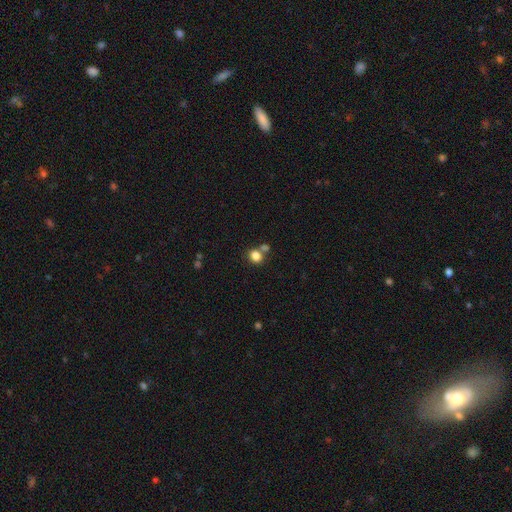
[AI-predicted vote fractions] A smooth galaxy with no disk features (83%) that is round (60%). Merging: none (58%).